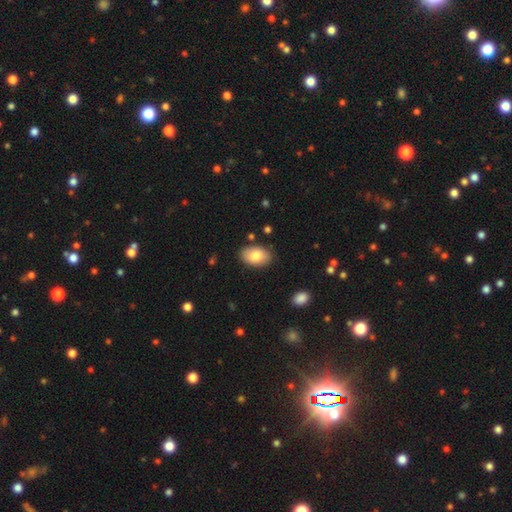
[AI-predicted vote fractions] This is clearly a smooth galaxy (81%). How rounded: clearly in between (91%). Merging: clearly none (85%).